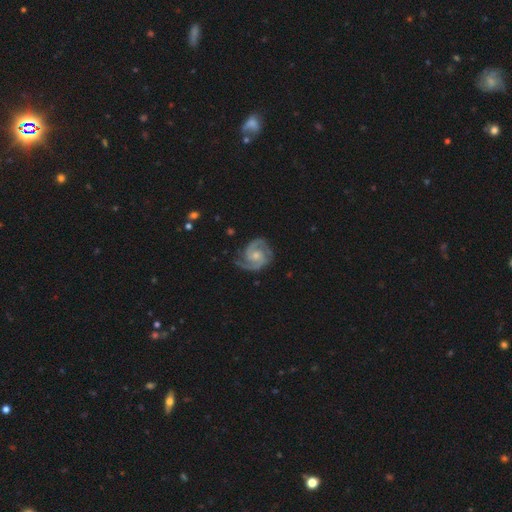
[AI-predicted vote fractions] This appears to be a featured or disk galaxy (91%) with no bar (63%), 2 (76%) medium (49%) spiral arms (98%) and a small central bulge (48%). Merging: none (76%).